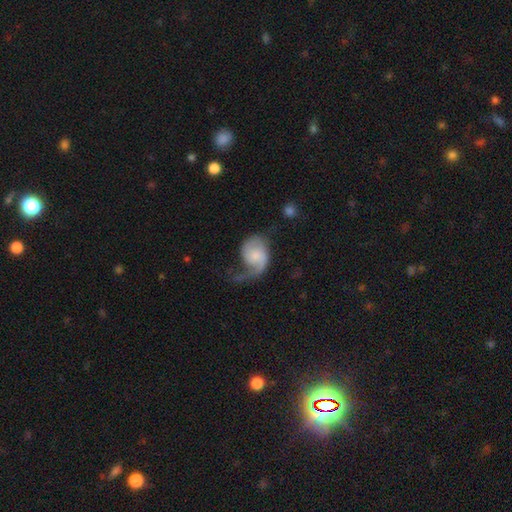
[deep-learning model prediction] Morphology: type=featured or disk (69%); edge-on=no (98%); bar=no (66%); spiral arms=yes (93%); winding=loose (54%); arm count=1 (47%, tied with 2); bulge=small (43%); merging=major disturbance (42%).